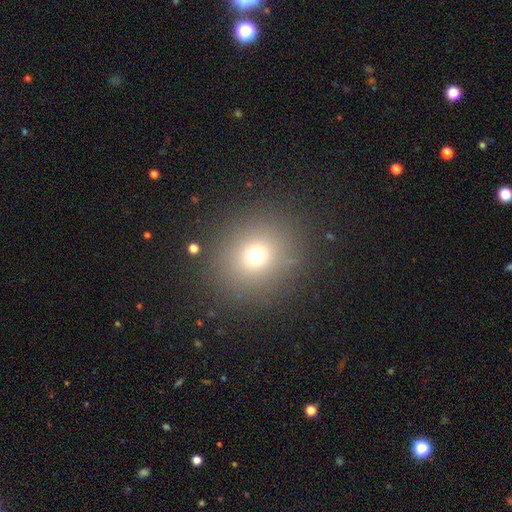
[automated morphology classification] smooth-or-featured: smooth: 69% | star or artifact: 20% | featured or disk: 10%
  how-rounded: round: 81% | in between: 18% | cigar-shaped: 1%
  merging: none: 88% | minor disturbance: 7% | major disturbance: 4% | merger: 2%